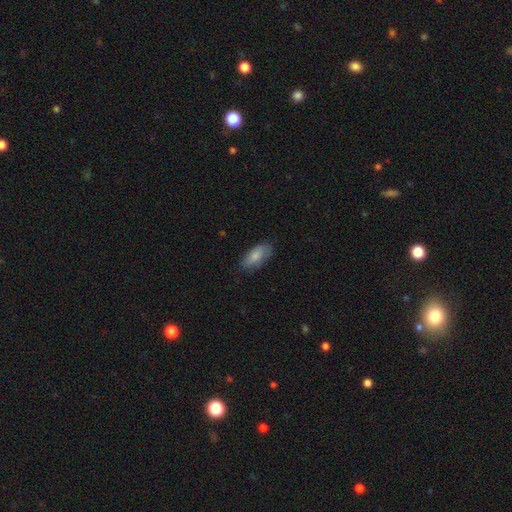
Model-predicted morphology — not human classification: type=smooth (81%); roundness=in between (87%); merging=none (75%).